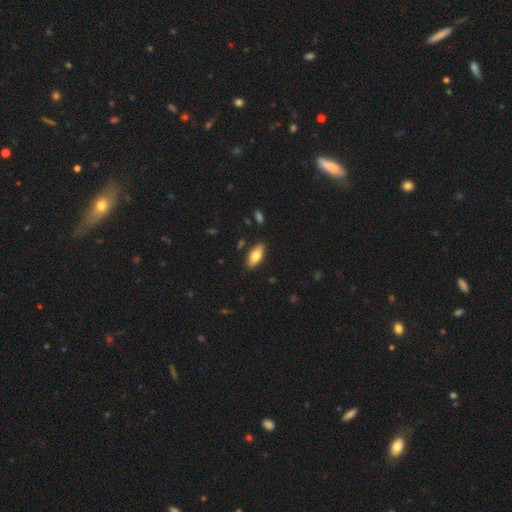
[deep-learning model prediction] Smooth or featured? smooth (73%)
How rounded? in between (81%)
Merging? none (86%)